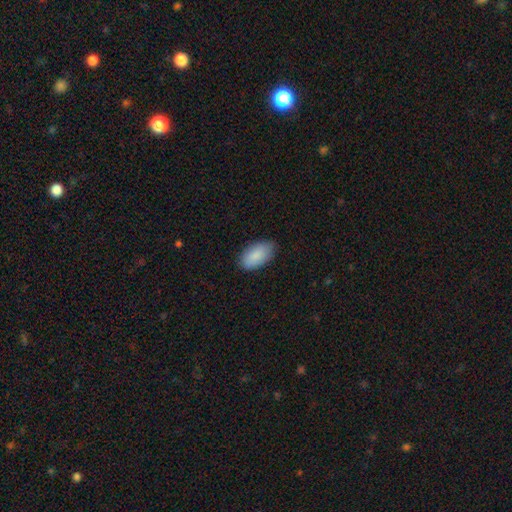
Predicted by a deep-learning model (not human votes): A smooth galaxy with no disk features (89%) that is in between round and cigar-shaped (95%).

Vote fractions:
- Smooth or featured? smooth: 89% / star or artifact: 6% / featured or disk: 5%
- How rounded? in between: 95% / round: 3% / cigar-shaped: 2%
- Merging? none: 84% / minor disturbance: 13% / major disturbance: 2% / merger: 1%